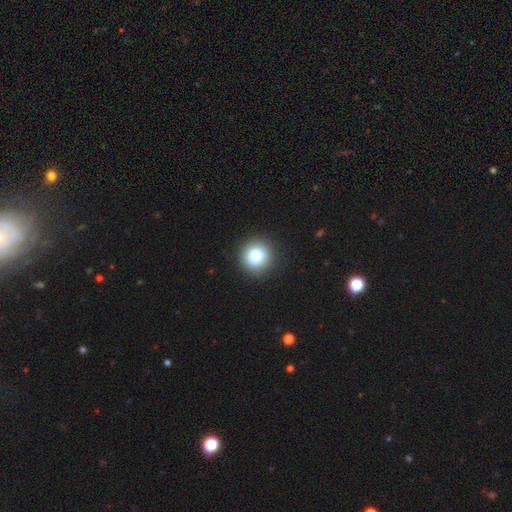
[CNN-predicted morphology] This is clearly a smooth galaxy (80%). How rounded: clearly round (94%). Merging: clearly none (92%).